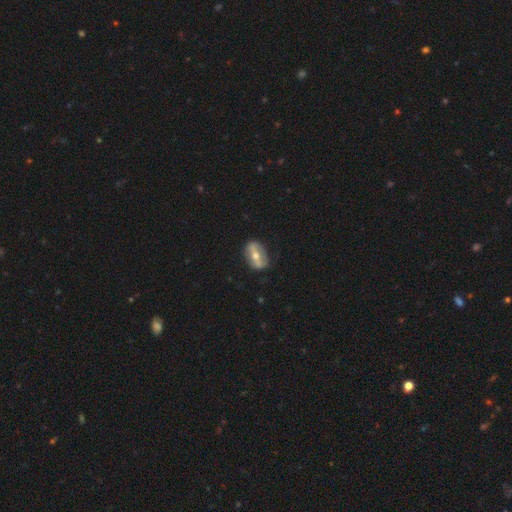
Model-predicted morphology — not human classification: smooth-or-featured: featured or disk: 64% | smooth: 29% | star or artifact: 7%
  disk-edge-on: no: 81% | yes: 19%
    bar: strong: 64% | weak: 21% | no: 16%
    has-spiral-arms: no: 65% | yes: 35%
    bulge-size: moderate: 67% | small: 27% | large: 3% | none: 1% | dominant: 1%
  merging: none: 81% | minor disturbance: 14% | major disturbance: 4% | merger: 1%